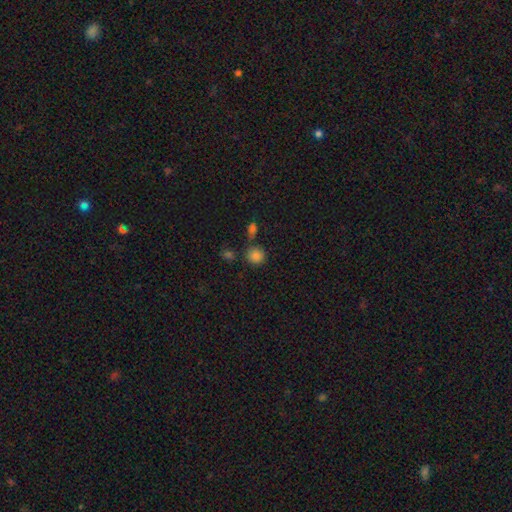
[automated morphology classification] Smooth or featured? smooth (82%)
How rounded? round (89%)
Merging? none (73%)